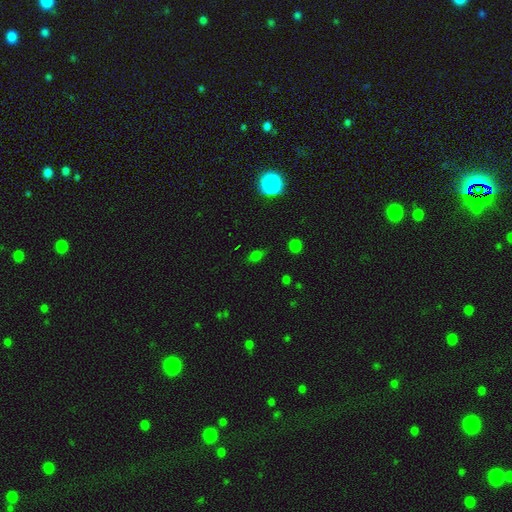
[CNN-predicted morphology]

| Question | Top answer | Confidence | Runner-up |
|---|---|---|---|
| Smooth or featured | smooth | 57% | star or artifact (33%) |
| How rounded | in between | 62% | round (33%) |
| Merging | none | 71% | minor disturbance (19%) |